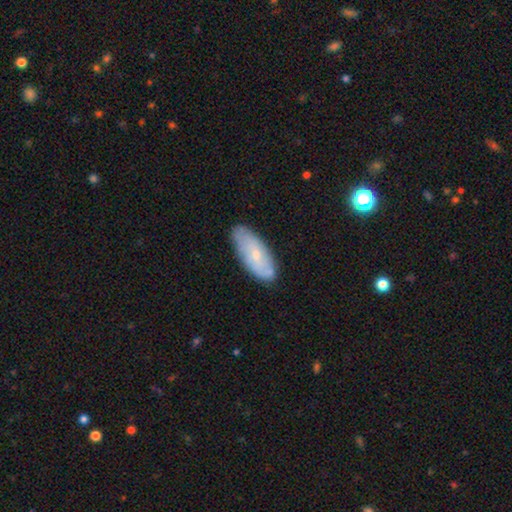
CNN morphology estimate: type=smooth (51%); roundness=in between (80%); merging=none (77%).